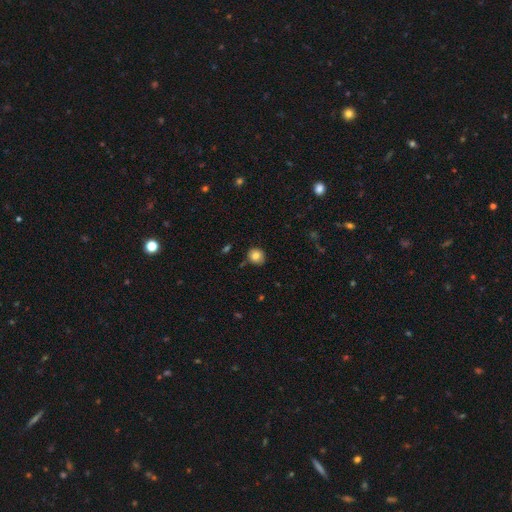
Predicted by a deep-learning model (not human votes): Overall: smooth (81%). How rounded: round (88%). Merging: none (83%).